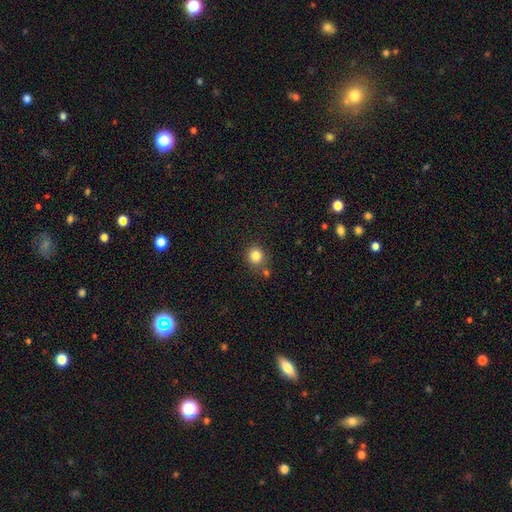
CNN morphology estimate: type=smooth (84%); roundness=round (86%); merging=none (74%).